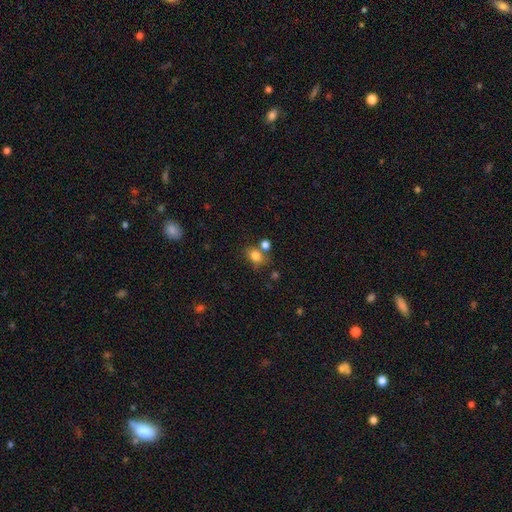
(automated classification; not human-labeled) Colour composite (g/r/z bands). It shows a smooth galaxy with no disk features (80%) that is in between round and cigar-shaped (53%). Merging: none (61%).